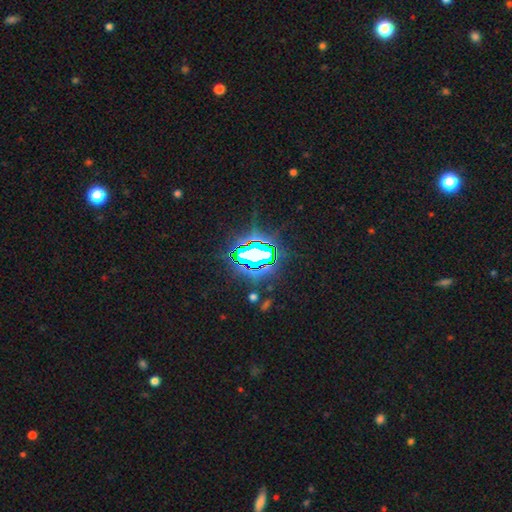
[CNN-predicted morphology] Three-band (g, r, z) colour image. It shows a star or artifact, not a galaxy (80%).